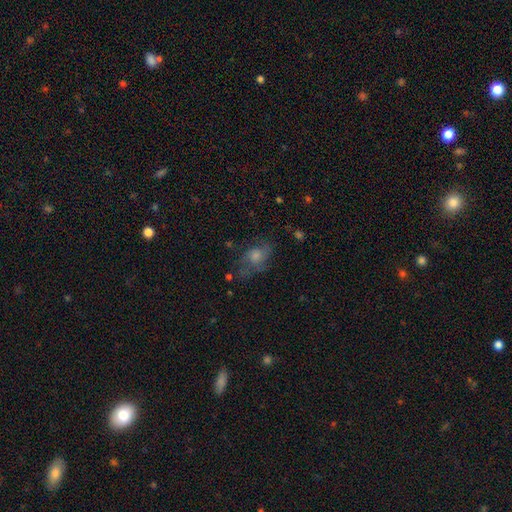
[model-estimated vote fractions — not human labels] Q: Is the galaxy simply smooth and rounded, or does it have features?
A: featured or disk — 48%.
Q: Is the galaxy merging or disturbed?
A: none — 61%.